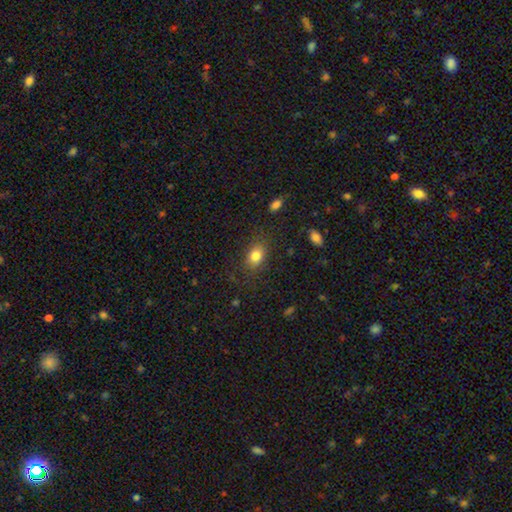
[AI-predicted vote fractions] smooth_or_featured: smooth (p=0.80) [alt: star or artifact p=0.10]
how_rounded: in between (p=0.70) [alt: round p=0.29]
merging: none (p=0.79) [alt: minor disturbance p=0.14]